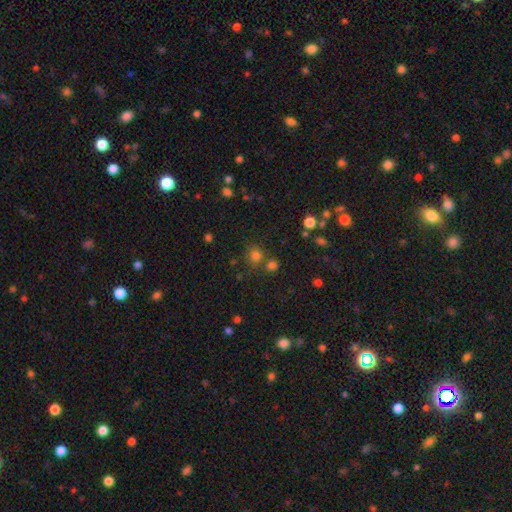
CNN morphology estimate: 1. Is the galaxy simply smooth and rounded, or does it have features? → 74% smooth, 20% star or artifact, 6% featured or disk.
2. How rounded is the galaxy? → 87% round, 12% in between, 1% cigar-shaped.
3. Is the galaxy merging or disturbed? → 68% none, 18% merger, 9% minor disturbance, 4% major disturbance.